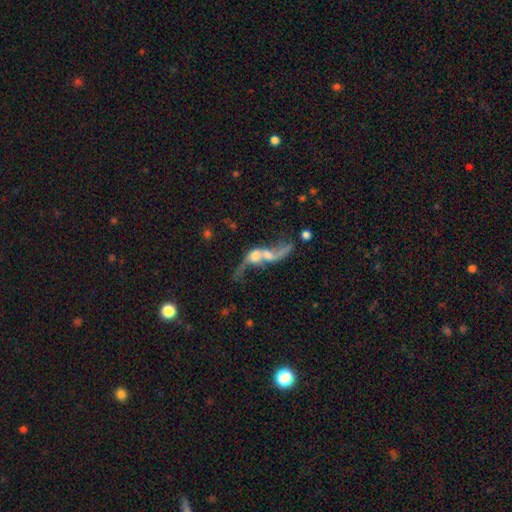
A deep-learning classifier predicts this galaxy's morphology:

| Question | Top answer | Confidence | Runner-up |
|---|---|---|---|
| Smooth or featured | featured or disk | 61% | smooth (28%) |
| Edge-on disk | no | 89% | yes (11%) |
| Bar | no | 64% | weak (26%) |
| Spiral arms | yes | 61% | no (39%) |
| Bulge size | moderate | 33% | large (22%) |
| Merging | merger | 69% | major disturbance (15%) |